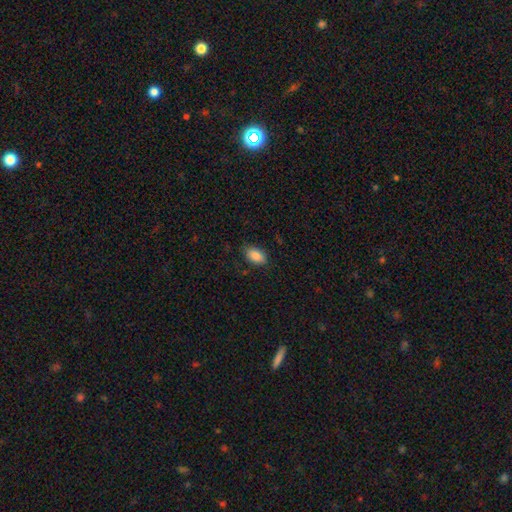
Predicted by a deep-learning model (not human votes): A smooth galaxy with no disk features (88%) that is in between round and cigar-shaped (92%). Merging: none (81%).